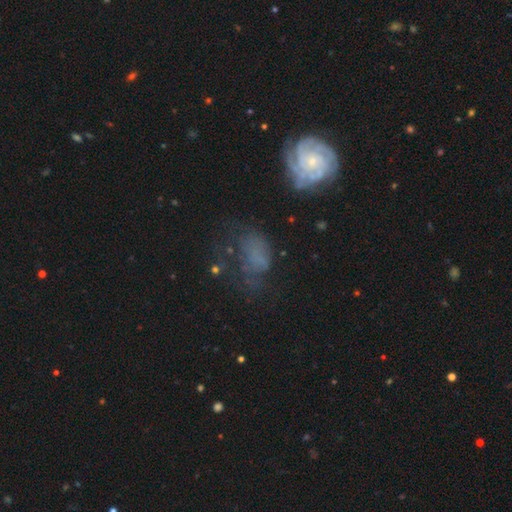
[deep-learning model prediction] The model was most divided on "smooth or featured": featured or disk: 51%, smooth: 31%, star or artifact: 18%. Remaining: edge-on disk — no (96%); merging — none (47%).